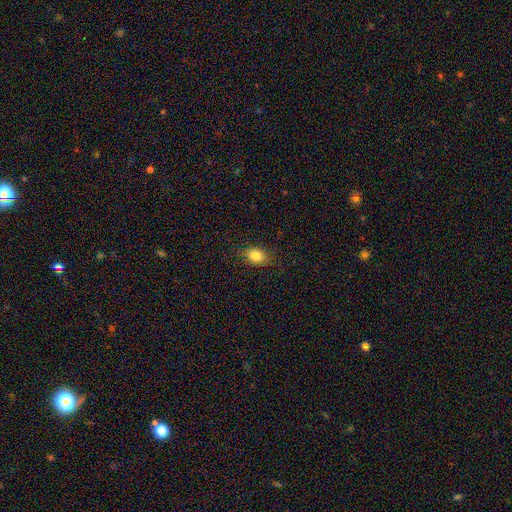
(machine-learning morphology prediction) smooth 84%, star or artifact 9%, featured or disk 7%. Down the decision tree: how rounded — in between (73%); merging — none (83%).